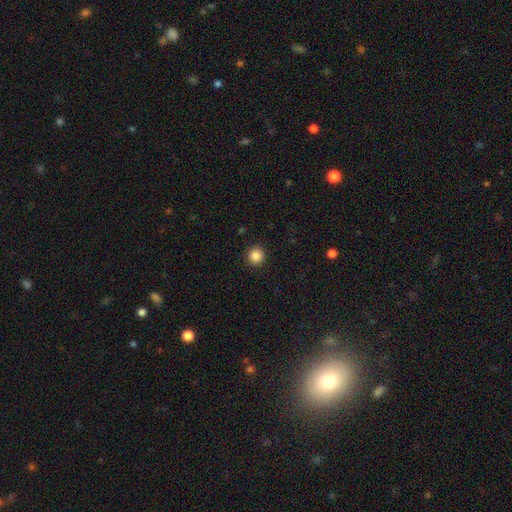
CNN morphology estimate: Smooth or featured?
  - smooth: 87% *
  - star or artifact: 10%
  - featured or disk: 3%
How rounded?
  - round: 95% *
  - in between: 4%
  - cigar-shaped: 1%
Merging?
  - none: 92% *
  - minor disturbance: 5%
  - major disturbance: 2%
  - merger: 1%